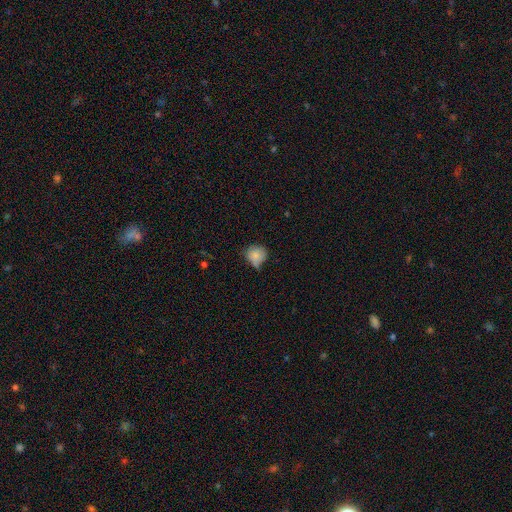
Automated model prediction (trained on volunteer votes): This is clearly a smooth galaxy (81%). How rounded: clearly round (81%). Merging: possibly none (48%).